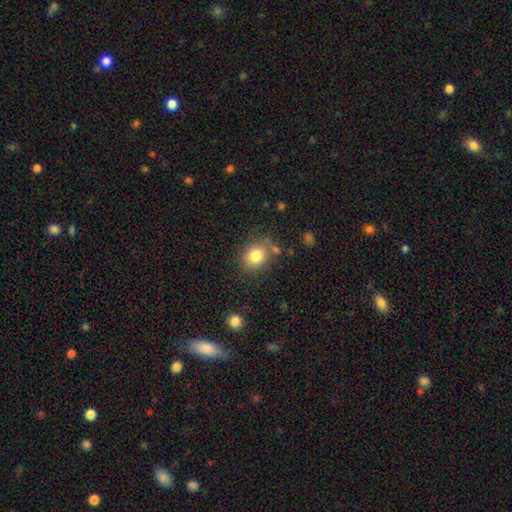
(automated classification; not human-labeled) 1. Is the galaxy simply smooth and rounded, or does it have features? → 82% smooth, 10% star or artifact, 8% featured or disk.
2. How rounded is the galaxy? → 57% round, 42% in between, 1% cigar-shaped.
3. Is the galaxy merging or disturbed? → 72% none, 15% minor disturbance, 7% merger, 5% major disturbance.